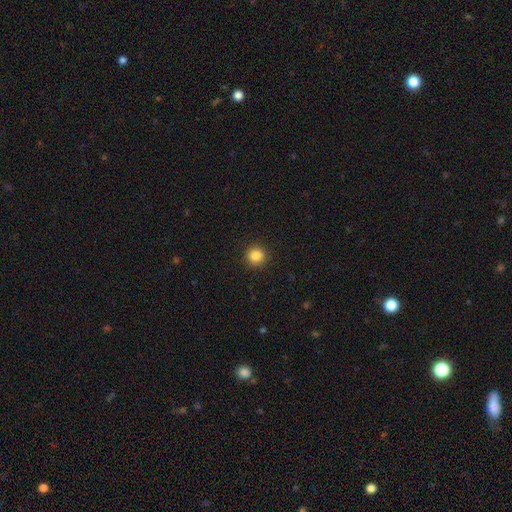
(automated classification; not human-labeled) Smooth or featured? smooth (86%)
How rounded? round (90%)
Merging? none (91%)